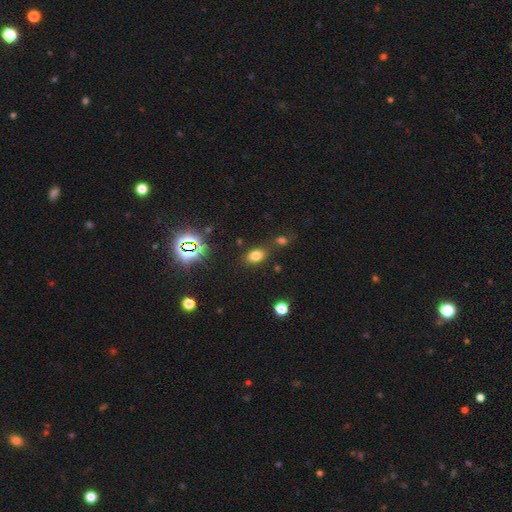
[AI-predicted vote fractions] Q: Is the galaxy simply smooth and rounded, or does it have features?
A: smooth — 73%.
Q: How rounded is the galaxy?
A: in between — 79%.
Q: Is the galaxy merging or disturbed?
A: none — 76%.